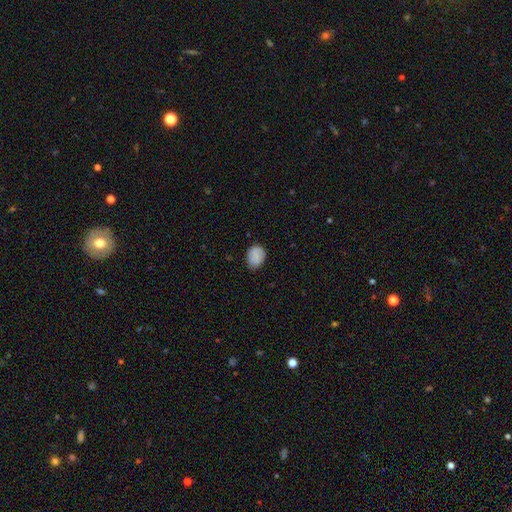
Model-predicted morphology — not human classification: Smooth or featured: smooth — 87% (star or artifact — 8%)
How rounded: in between — 60% (round — 39%)
Merging: none — 77% (minor disturbance — 19%)